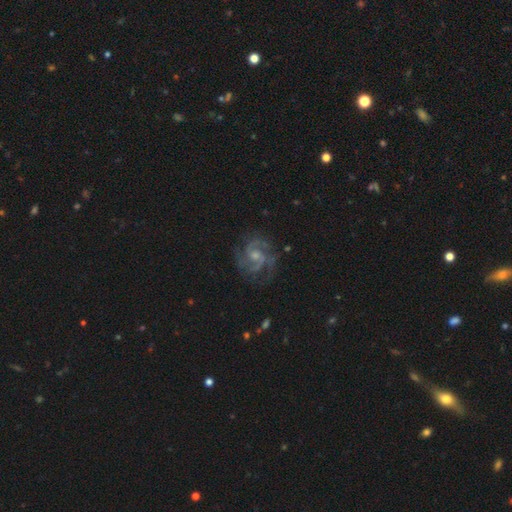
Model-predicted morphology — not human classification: A featured or disk galaxy (83%) with no bar (51%), 2 (32%) medium (49%) spiral arms (96%) and a small central bulge (50%). Merging: none (76%).